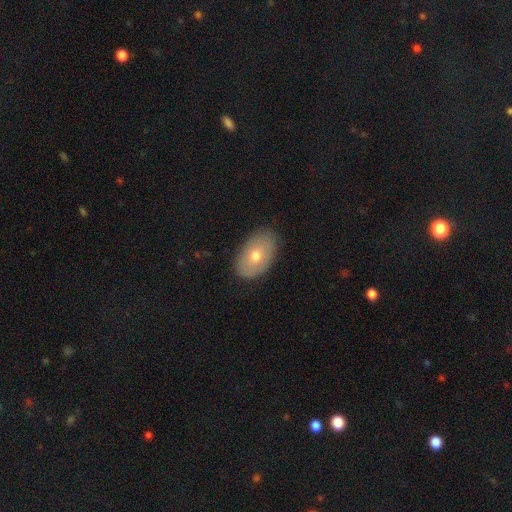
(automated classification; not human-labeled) A smooth galaxy with no disk features (66%) that is in between round and cigar-shaped (90%).

Vote fractions:
- Smooth or featured? smooth: 66% / featured or disk: 27% / star or artifact: 7%
- How rounded? in between: 90% / round: 8% / cigar-shaped: 1%
- Merging? none: 85% / minor disturbance: 11% / major disturbance: 2% / merger: 1%